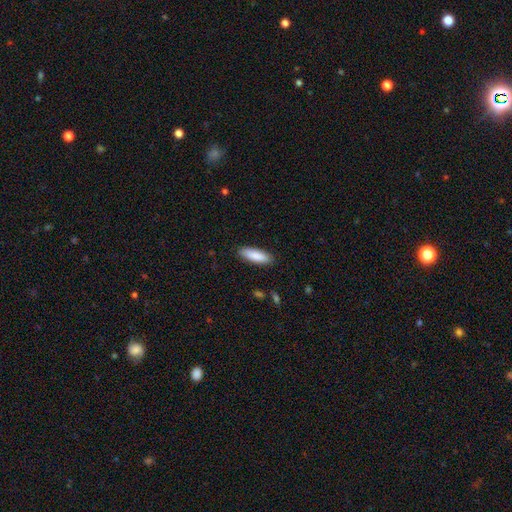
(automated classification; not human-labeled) A smooth galaxy with no disk features (88%) that is in between round and cigar-shaped (54%). Merging: none (88%).